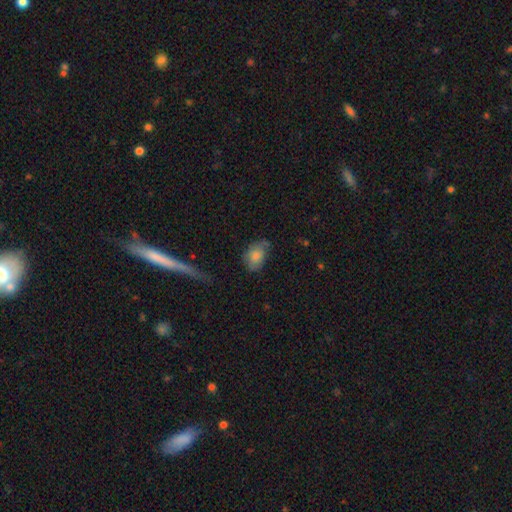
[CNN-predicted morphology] smooth 71%, featured or disk 20%, star or artifact 8%. Down the decision tree: how rounded — in between (83%); merging — none (50%).